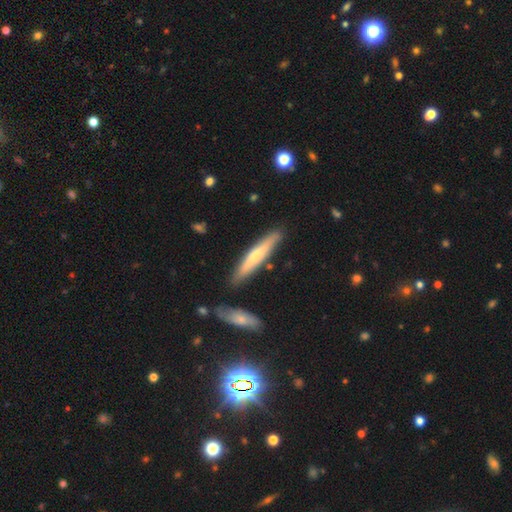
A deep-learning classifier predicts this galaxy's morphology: Smooth or featured?
  - smooth: 55% *
  - featured or disk: 39%
  - star or artifact: 5%
How rounded?
  - cigar-shaped: 91% *
  - in between: 8%
  - round: 1%
Merging?
  - none: 83% *
  - minor disturbance: 10%
  - merger: 4%
  - major disturbance: 2%